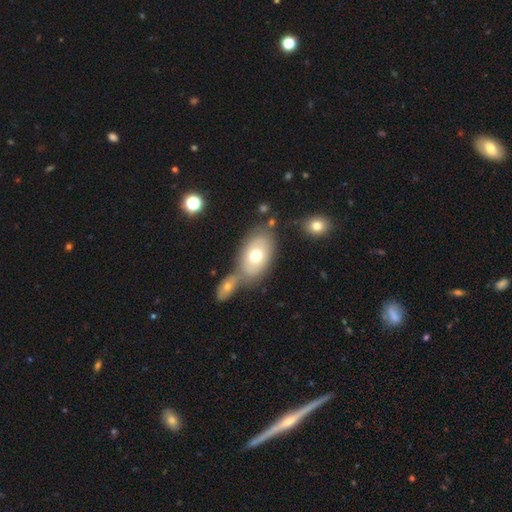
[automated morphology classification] Overall: smooth (67%). How rounded: in between (87%). Merging: none (48%; merger 34%).